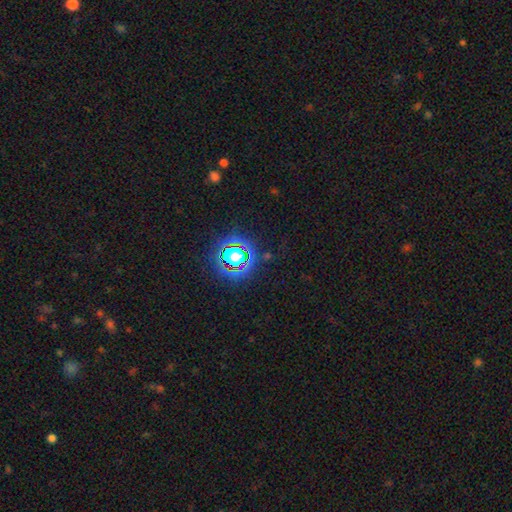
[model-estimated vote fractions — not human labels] Smooth or featured? Predicted: star or artifact (p=0.80).